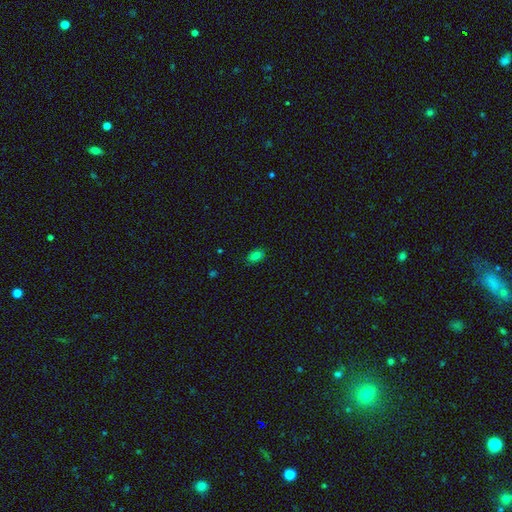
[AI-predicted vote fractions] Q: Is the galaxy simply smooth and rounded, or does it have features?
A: smooth — 79%.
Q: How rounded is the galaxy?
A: in between — 82%.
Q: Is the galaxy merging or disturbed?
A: none — 85%.